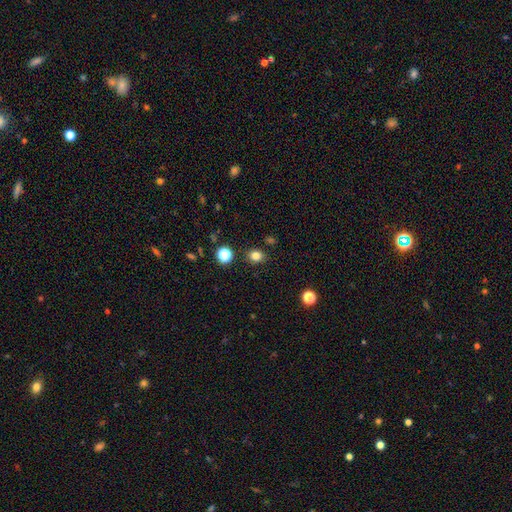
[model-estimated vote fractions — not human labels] Smooth or featured? Predicted: smooth (p=0.81). How rounded? Predicted: round (p=0.57). Merging? Predicted: none (p=0.86).